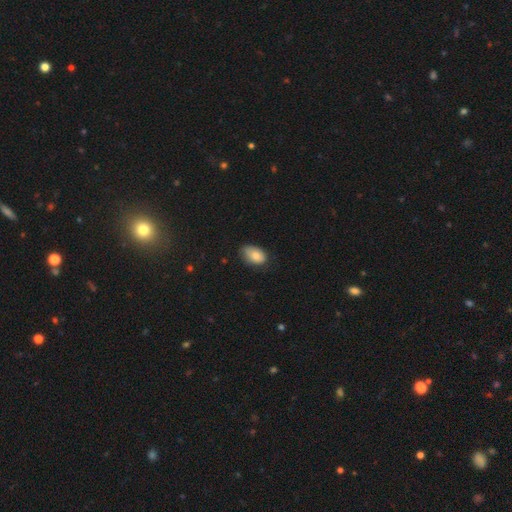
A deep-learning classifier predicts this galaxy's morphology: The model was most divided on "merging": none: 60%, minor disturbance: 32%, major disturbance: 6%, merger: 1%. More confident: how rounded — in between (88%); smooth or featured — smooth (80%).